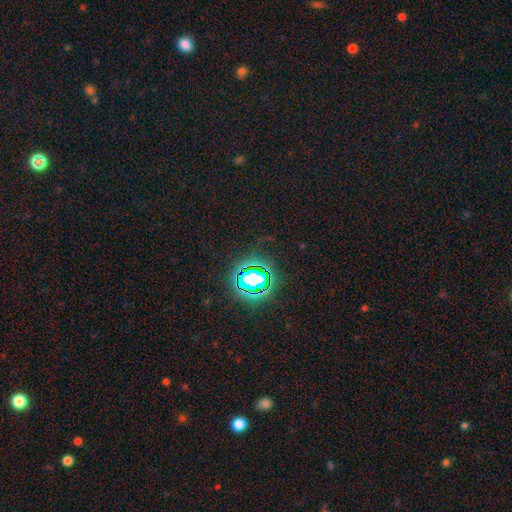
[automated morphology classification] Smooth or featured? Predicted: star or artifact (p=0.79).